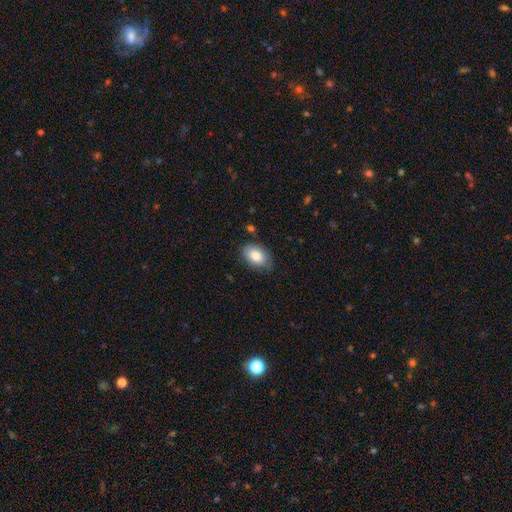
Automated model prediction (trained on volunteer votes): Morphology: type=smooth (83%); roundness=in between (88%); merging=none (75%).